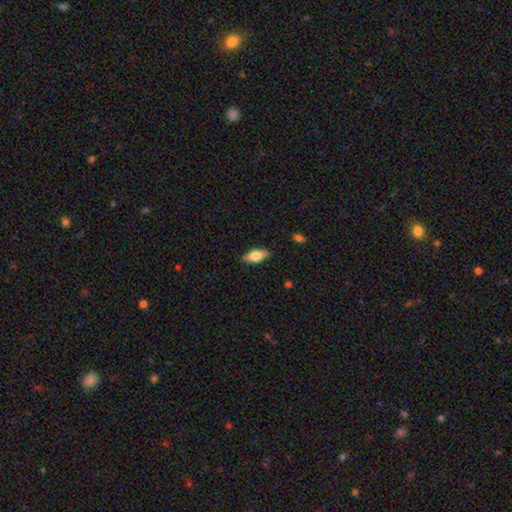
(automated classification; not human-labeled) A smooth galaxy with no disk features (74%) that is in between round and cigar-shaped (80%). Merging: none (86%).